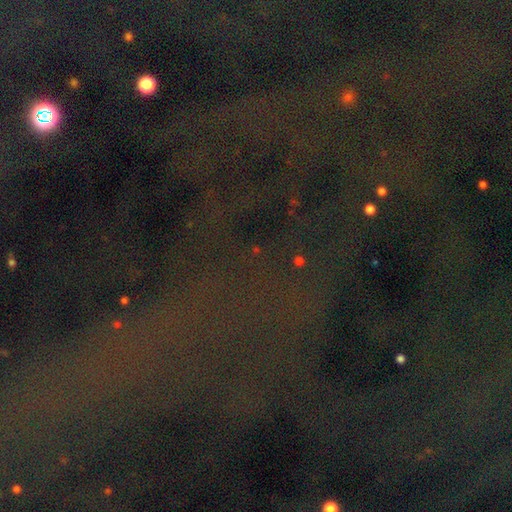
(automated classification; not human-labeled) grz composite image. It shows a star or artifact, not a galaxy (81%).